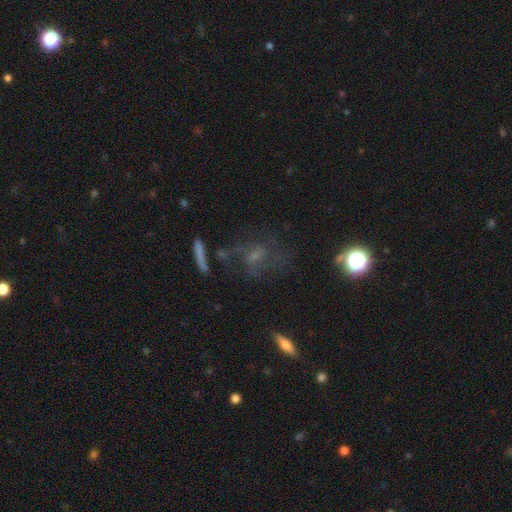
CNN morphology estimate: smooth-or-featured: featured or disk: 48% | smooth: 26% | star or artifact: 25%
  merging: none: 55% | major disturbance: 22% | minor disturbance: 17% | merger: 6%